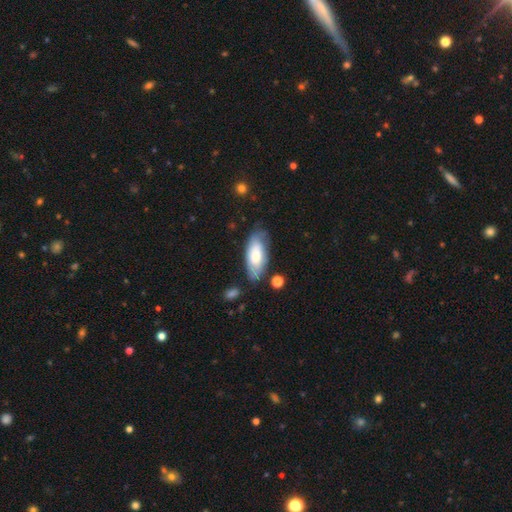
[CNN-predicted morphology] Smooth or featured? Predicted: smooth (p=0.67). How rounded? Predicted: in between (p=0.84). Merging? Predicted: none (p=0.65).